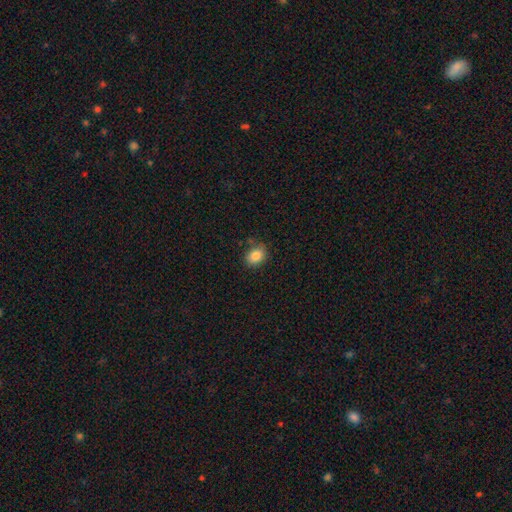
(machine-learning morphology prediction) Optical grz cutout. It shows a smooth galaxy with no disk features (85%) that is in between round and cigar-shaped (53%). Merging: none (79%).